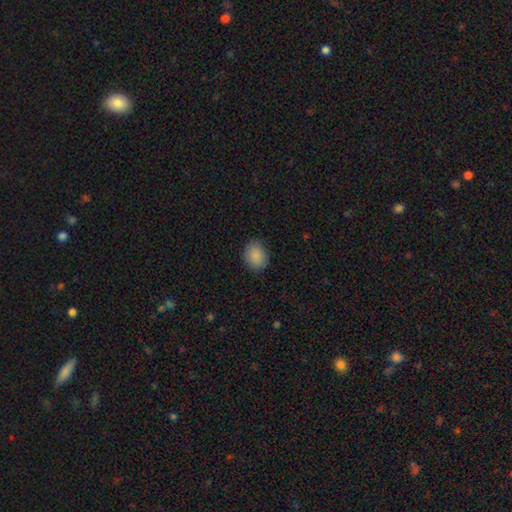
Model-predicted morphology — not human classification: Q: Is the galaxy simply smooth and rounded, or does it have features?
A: smooth — 88%.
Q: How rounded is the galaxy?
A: in between — 55%.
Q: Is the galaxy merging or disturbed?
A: none — 85%.